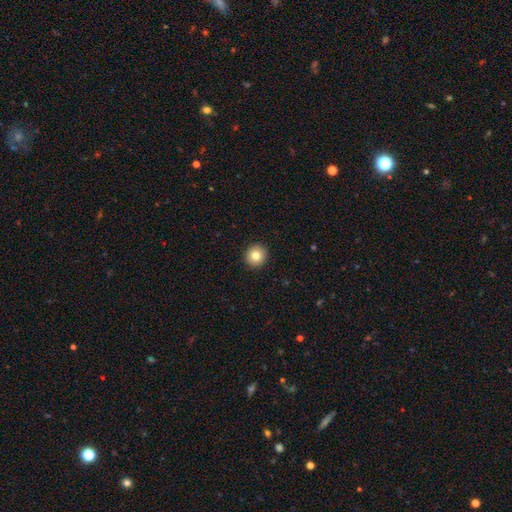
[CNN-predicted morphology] Smooth or featured?
  - smooth: 81% *
  - star or artifact: 10%
  - featured or disk: 9%
How rounded?
  - round: 92% *
  - in between: 7%
  - cigar-shaped: 1%
Merging?
  - none: 93% *
  - minor disturbance: 5%
  - major disturbance: 1%
  - merger: 1%